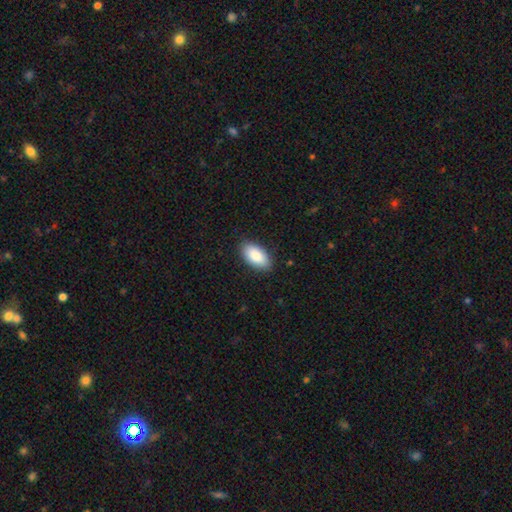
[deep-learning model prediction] This appears to be a smooth galaxy with no disk features (88%) that is in between round and cigar-shaped (95%). Merging: none (87%).